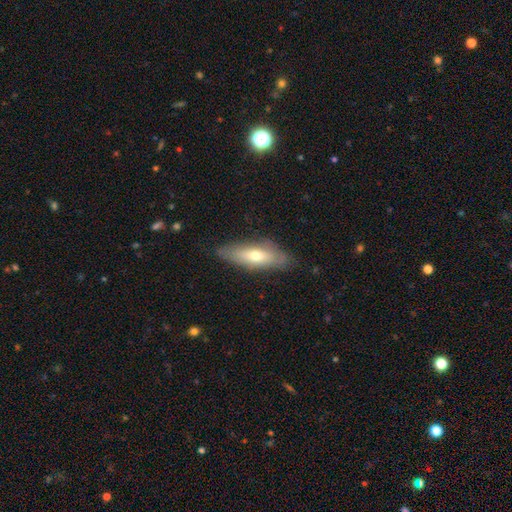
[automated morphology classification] A smooth galaxy with no disk features (57%) that is in between round and cigar-shaped (57%). Merging: none (77%).